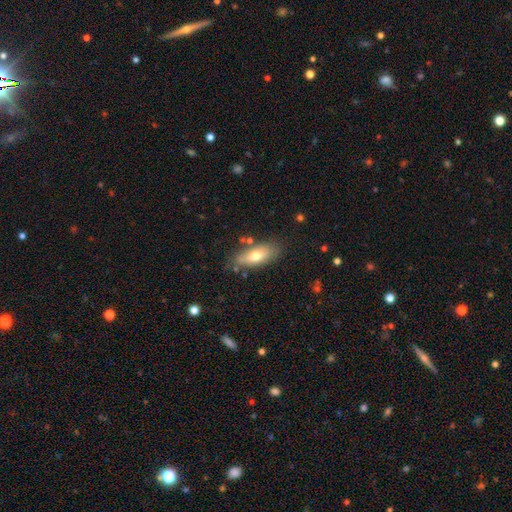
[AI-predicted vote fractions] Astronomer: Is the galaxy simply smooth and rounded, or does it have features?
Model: smooth — 69%.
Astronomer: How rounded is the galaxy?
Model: in between — 79%.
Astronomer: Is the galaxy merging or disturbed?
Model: none — 76%.